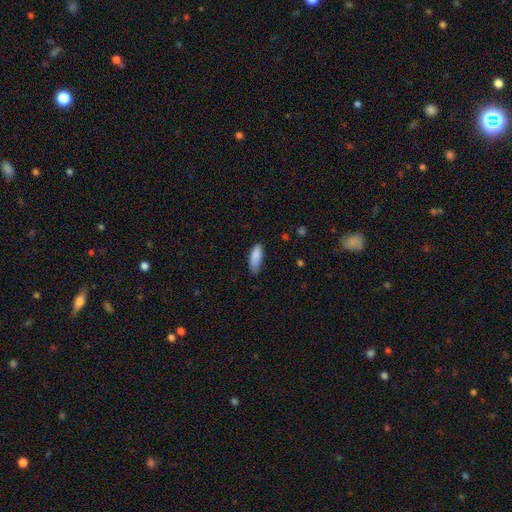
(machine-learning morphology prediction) This is clearly a smooth galaxy (87%). How rounded: likely in between (69%). Merging: likely none (60%).